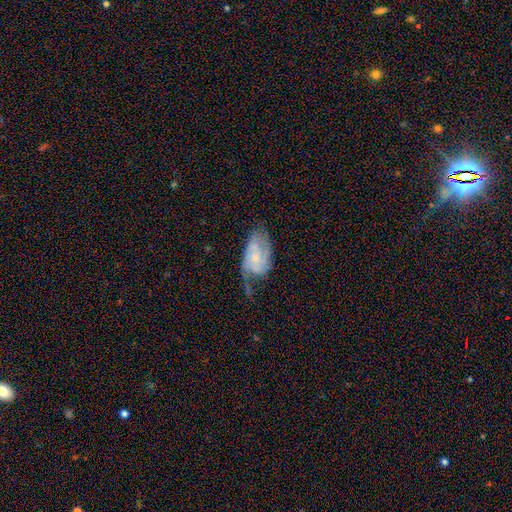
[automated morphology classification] This appears to be a featured or disk galaxy (77%) with no bar (61%), 2 (64%) medium (44%) spiral arms (93%) and a small central bulge (68%). Merging: none (48%).